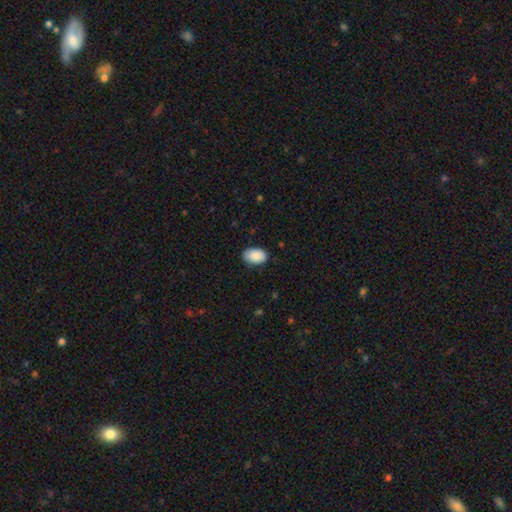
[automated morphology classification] This appears to be a smooth galaxy with no disk features (90%) that is in between round and cigar-shaped (92%). Merging: none (85%).